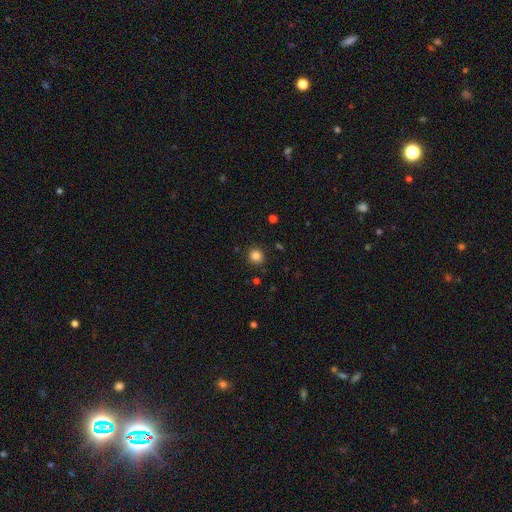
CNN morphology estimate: Q: Smooth or featured?
A: smooth (84%); runner-up: star or artifact (12%)
Q: How rounded?
A: round (91%); runner-up: in between (8%)
Q: Merging?
A: none (89%); runner-up: minor disturbance (7%)